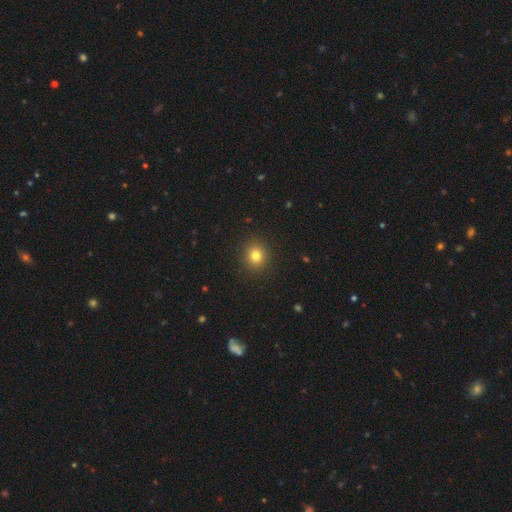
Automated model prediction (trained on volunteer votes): Q: Smooth or featured?
A: smooth (80%); runner-up: star or artifact (14%)
Q: How rounded?
A: round (86%); runner-up: in between (13%)
Q: Merging?
A: none (91%); runner-up: minor disturbance (5%)